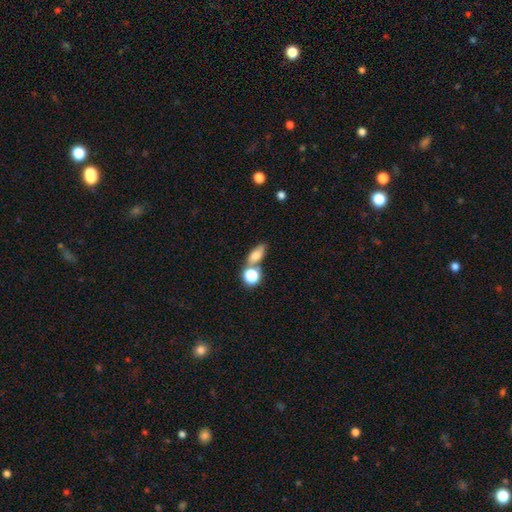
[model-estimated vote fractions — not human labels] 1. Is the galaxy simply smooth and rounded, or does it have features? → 71% smooth, 16% featured or disk, 13% star or artifact.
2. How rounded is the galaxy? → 66% in between, 19% round, 15% cigar-shaped.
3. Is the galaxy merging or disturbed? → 54% none, 29% merger, 12% minor disturbance, 5% major disturbance.